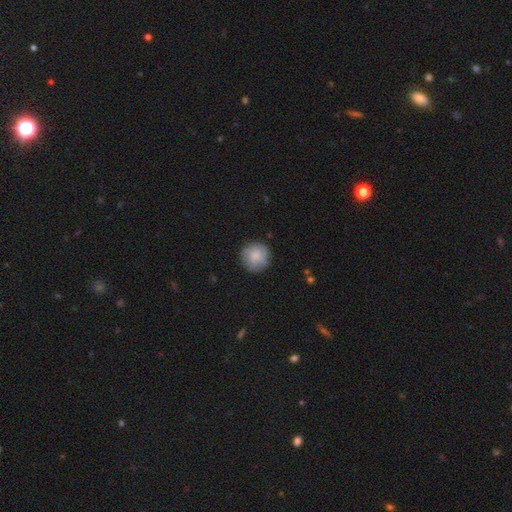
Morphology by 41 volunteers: A smooth galaxy with no disk features (93%) that is round (95%).

Vote fractions:
- Smooth or featured? smooth: 93% / featured or disk: 7% / star or artifact: 0%
- How rounded? round: 95% / in between: 5% / cigar-shaped: 0%
- Merging? none: 85% / minor disturbance: 10% / major disturbance: 5% / merger: 0%